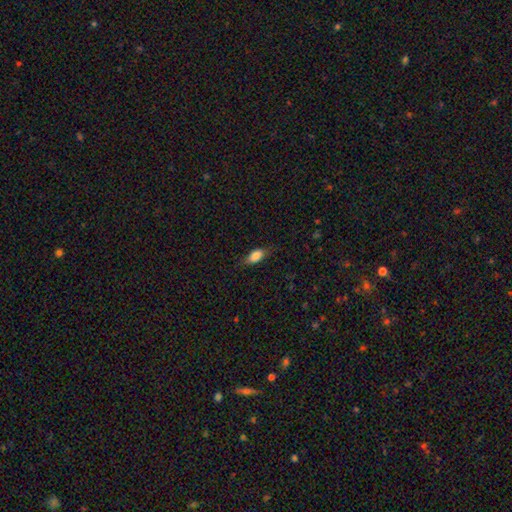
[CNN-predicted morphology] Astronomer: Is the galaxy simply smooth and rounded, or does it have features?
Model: smooth — 82%.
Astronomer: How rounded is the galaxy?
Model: in between — 85%.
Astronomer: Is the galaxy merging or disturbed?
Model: none — 73%.